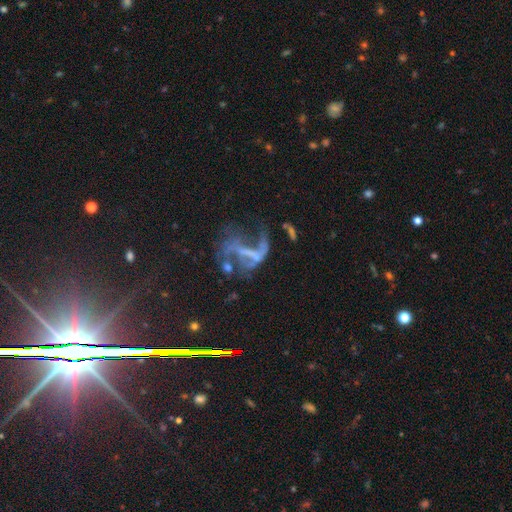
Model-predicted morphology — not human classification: The model was most divided on "spiral arms": no: 59%, yes: 41%. Remaining: edge-on disk — no (95%); bulge size — none (70%); smooth or featured — featured or disk (63%); bar — no (52%); merging — major disturbance (47%).